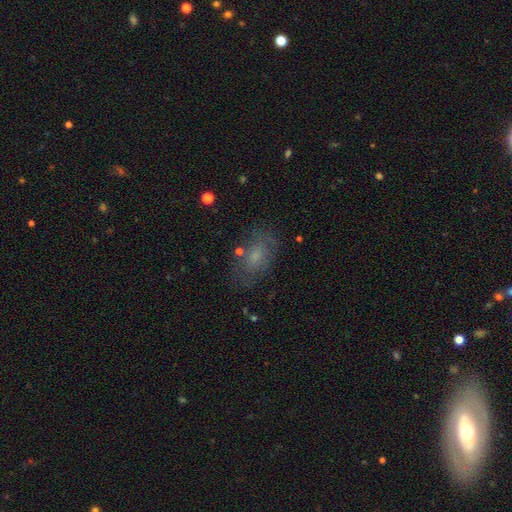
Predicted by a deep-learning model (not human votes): Smooth or featured? smooth (58%)
How rounded? in between (85%)
Merging? none (69%)